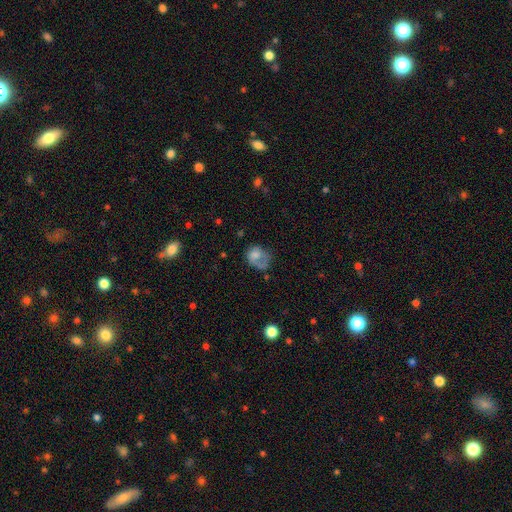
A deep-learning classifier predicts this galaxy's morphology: Overall: smooth (58%; featured or disk 33%). How rounded: round (51%; in between 48%). Merging: major disturbance (40%; none 32%).